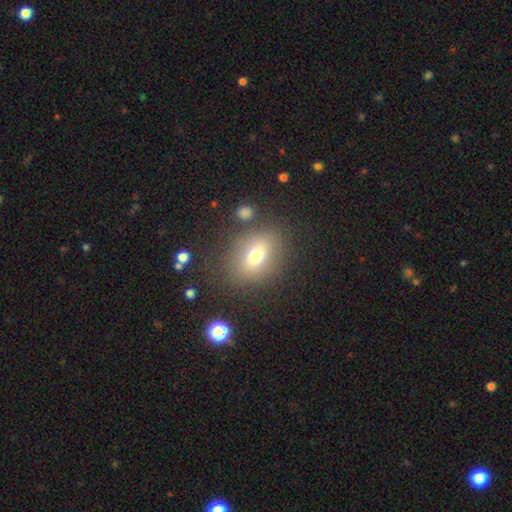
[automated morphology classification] smooth-or-featured: smooth: 68% | featured or disk: 20% | star or artifact: 13%
  how-rounded: in between: 62% | round: 35% | cigar-shaped: 3%
  merging: none: 78% | minor disturbance: 12% | major disturbance: 6% | merger: 4%